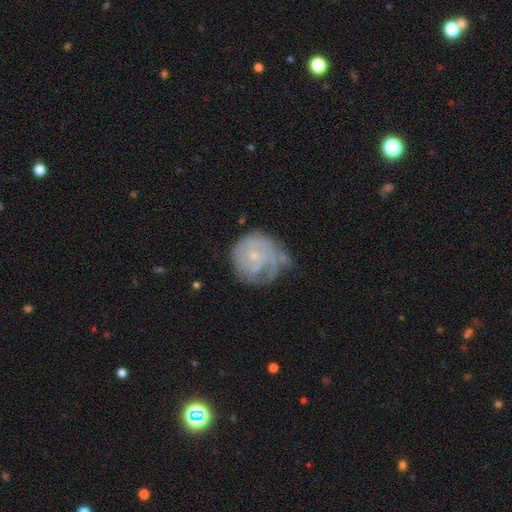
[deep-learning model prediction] smooth-or-featured: featured or disk: 70% | smooth: 22% | star or artifact: 8%
  disk-edge-on: no: 98% | yes: 2%
    bar: no: 79% | weak: 18% | strong: 3%
    has-spiral-arms: yes: 85% | no: 15%
      spiral-winding: tight: 68% | medium: 23% | loose: 9%
      spiral-arm-count: can't tell: 43% | 2: 18% | 3: 16% | 1: 11% | 4: 8% | more than 4: 5%
    bulge-size: small: 78% | moderate: 16% | none: 4% | large: 1% | dominant: 1%
  merging: none: 46% | minor disturbance: 29% | major disturbance: 21% | merger: 4%